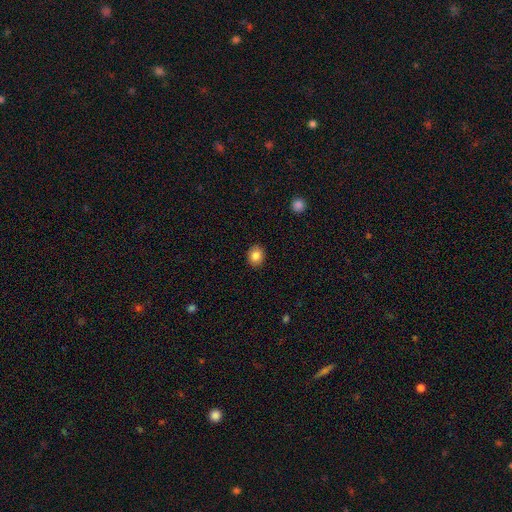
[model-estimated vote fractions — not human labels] Morphology: type=smooth (85%); roundness=round (62%); merging=none (90%).